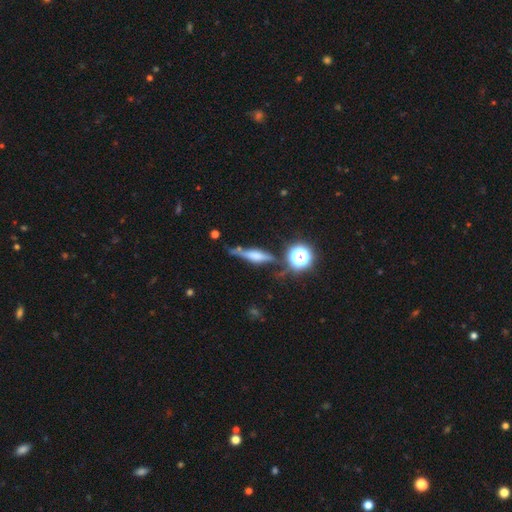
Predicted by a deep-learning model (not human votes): This is possibly a featured or disk galaxy (55%). It is clearly viewed edge-on (91%). Merging: likely none (65%).